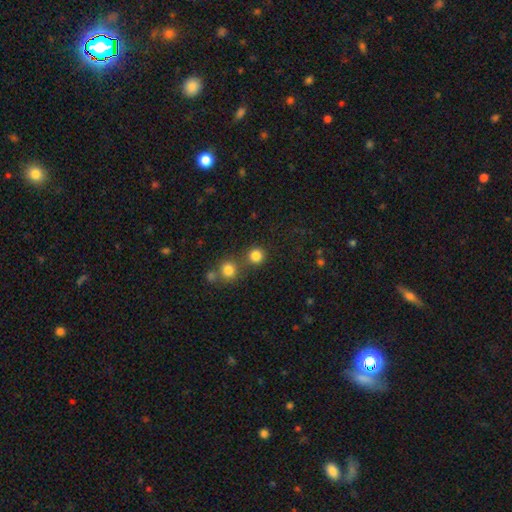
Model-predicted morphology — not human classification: Overall: smooth (82%). How rounded: round (92%). Merging: none (73%).